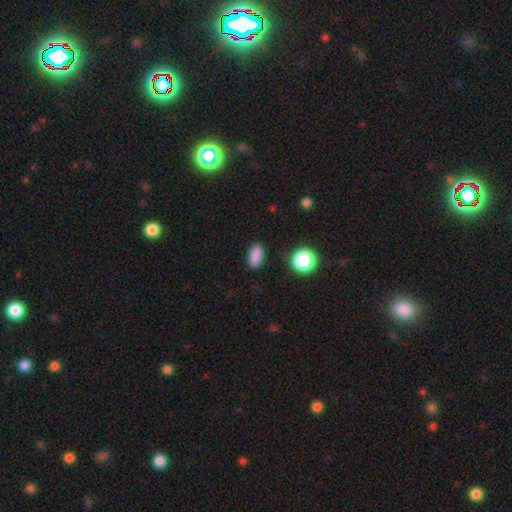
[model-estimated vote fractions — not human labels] A smooth galaxy with no disk features (86%) that is in between round and cigar-shaped (87%). Merging: none (86%).